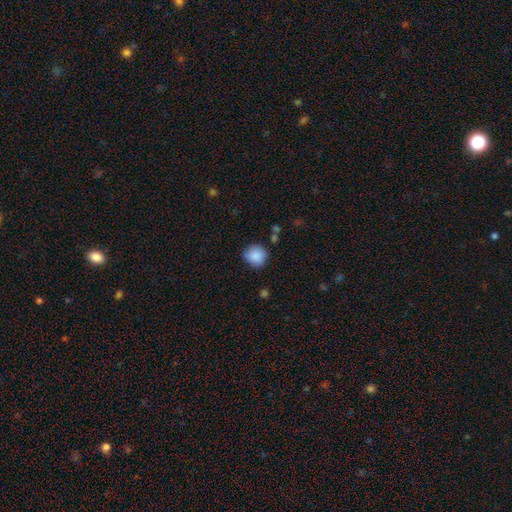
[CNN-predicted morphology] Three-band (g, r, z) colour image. It shows a smooth galaxy with no disk features (87%) that is round (89%). Merging: none (79%).